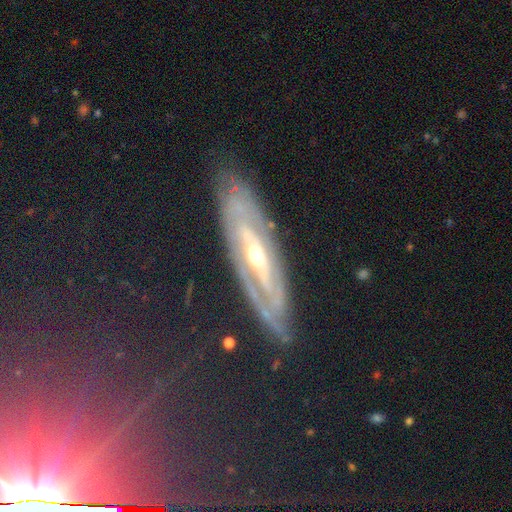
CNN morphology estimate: type=featured or disk (70%); edge-on=no (64%); merging=none (80%).